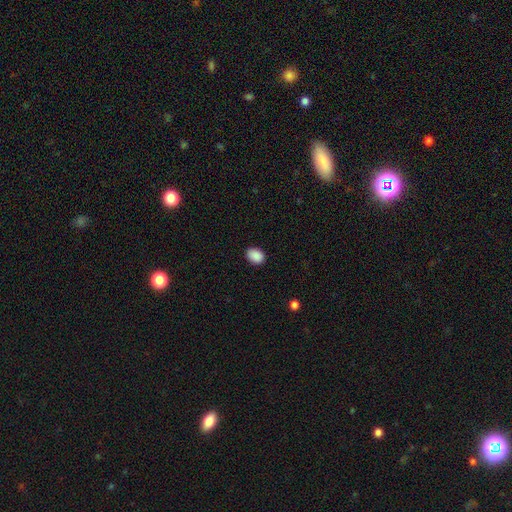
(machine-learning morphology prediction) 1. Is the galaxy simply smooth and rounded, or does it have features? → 90% smooth, 8% star or artifact, 3% featured or disk.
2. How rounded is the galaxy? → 69% in between, 31% round, 1% cigar-shaped.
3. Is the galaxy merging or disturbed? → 87% none, 10% minor disturbance, 2% major disturbance, 1% merger.